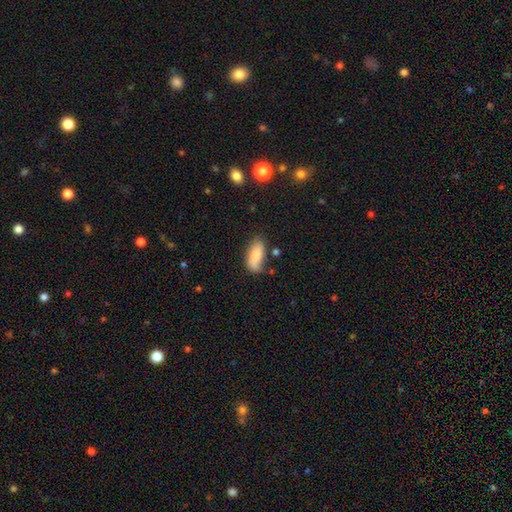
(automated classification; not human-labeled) The model was most divided on "merging": none: 57%, minor disturbance: 28%, major disturbance: 8%, merger: 7%. More confident: how rounded — in between (85%); smooth or featured — smooth (82%).